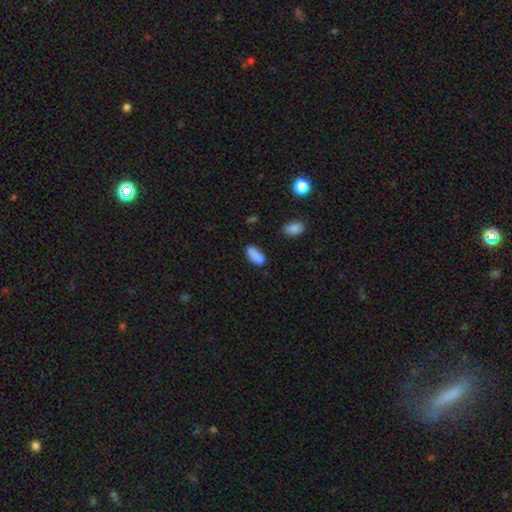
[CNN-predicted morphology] Smooth or featured? smooth (83%)
How rounded? in between (83%)
Merging? none (65%)